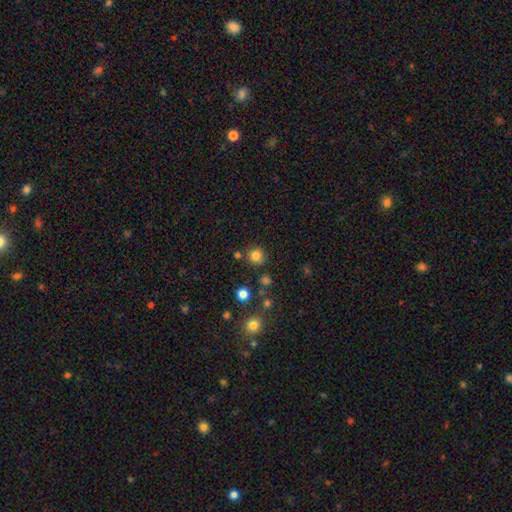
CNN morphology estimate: A smooth galaxy with no disk features (81%) that is round (92%). Merging: none (83%).